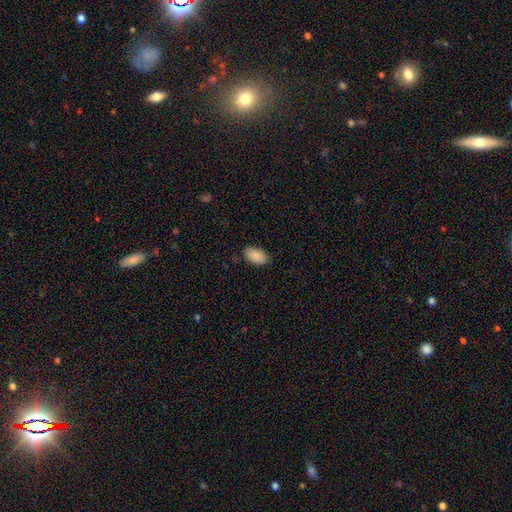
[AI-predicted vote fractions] Morphology: type=smooth (89%); roundness=in between (93%); merging=none (86%).